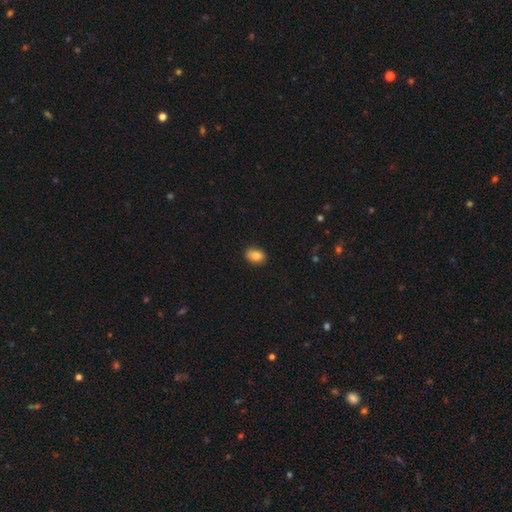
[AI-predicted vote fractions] Q: Smooth or featured?
A: smooth (83%); runner-up: star or artifact (9%)
Q: How rounded?
A: in between (74%); runner-up: round (24%)
Q: Merging?
A: none (85%); runner-up: minor disturbance (12%)